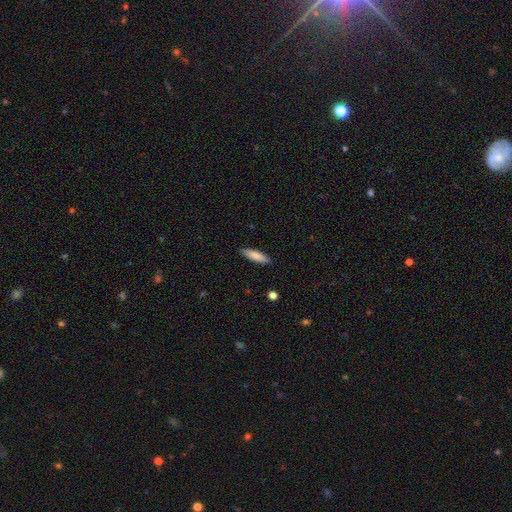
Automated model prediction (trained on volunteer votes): Morphology: type=smooth (82%); roundness=cigar-shaped (69%); merging=none (89%).